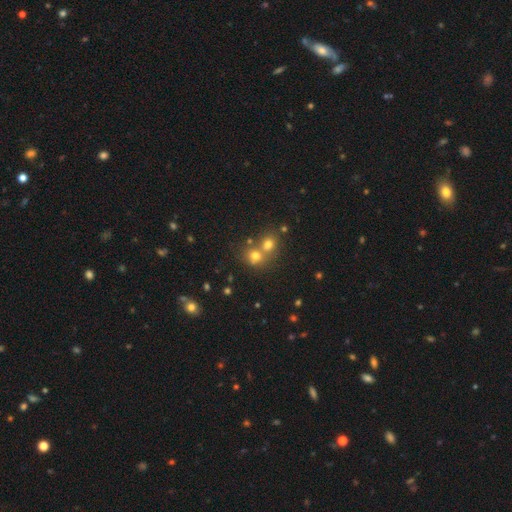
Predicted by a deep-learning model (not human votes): smooth-or-featured: smooth: 68% | star or artifact: 19% | featured or disk: 13%
  how-rounded: round: 79% | in between: 20% | cigar-shaped: 1%
  merging: merger: 53% | none: 39% | minor disturbance: 5% | major disturbance: 3%